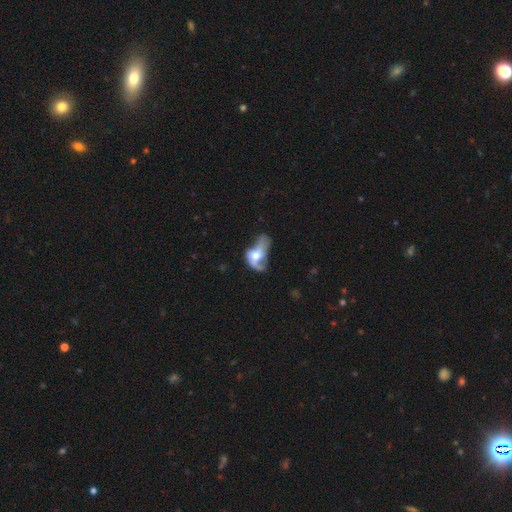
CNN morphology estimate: smooth_or_featured: featured or disk (p=0.55) [alt: smooth p=0.36]
disk_edge_on: no (p=0.94) [alt: yes p=0.06]
bar: no (p=0.73) [alt: weak p=0.21]
has_spiral_arms: yes (p=0.50) [tied with: no p=0.50]
bulge_size: moderate (p=0.62) [alt: large p=0.21]
merging: major disturbance (p=0.49) [alt: none p=0.19]